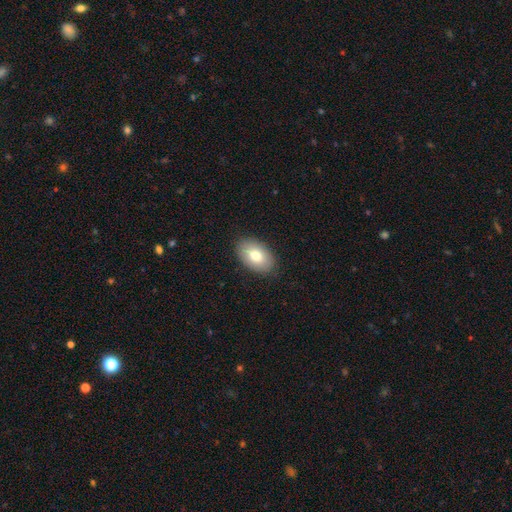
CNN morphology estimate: type=smooth (78%); roundness=in between (92%); merging=none (87%).